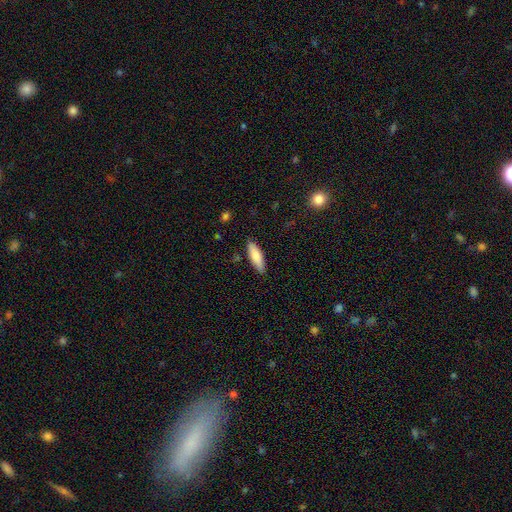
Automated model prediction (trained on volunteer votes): Morphology: type=smooth (82%); roundness=in between (51%); merging=none (85%).